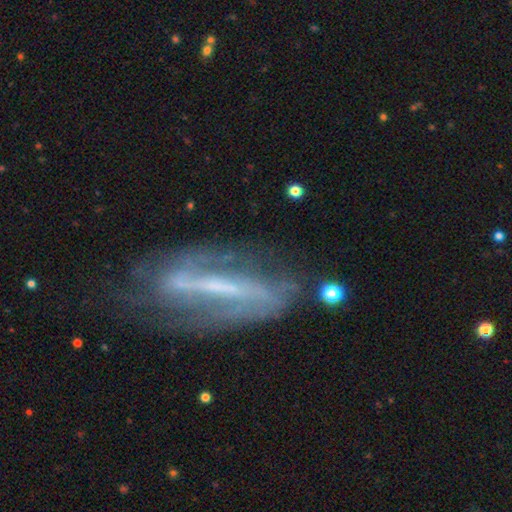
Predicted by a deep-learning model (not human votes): Morphology: type=featured or disk (80%); edge-on=no (71%); bar=strong (71%); spiral arms=yes (75%); bulge=small (48%); merging=none (62%).